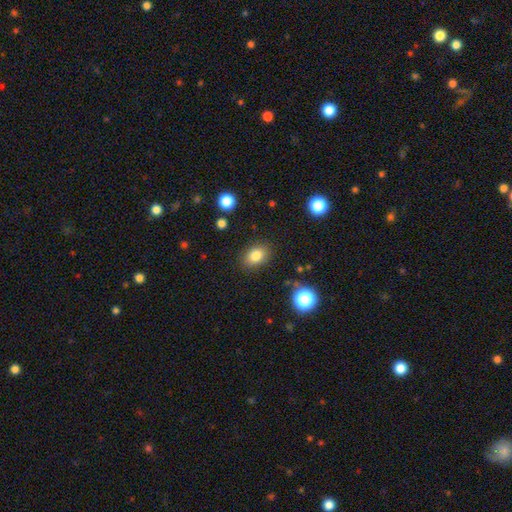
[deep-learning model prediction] Smooth or featured?
  - smooth: 82% *
  - star or artifact: 10%
  - featured or disk: 7%
How rounded?
  - in between: 71% *
  - round: 28%
  - cigar-shaped: 1%
Merging?
  - none: 85% *
  - minor disturbance: 10%
  - major disturbance: 3%
  - merger: 2%